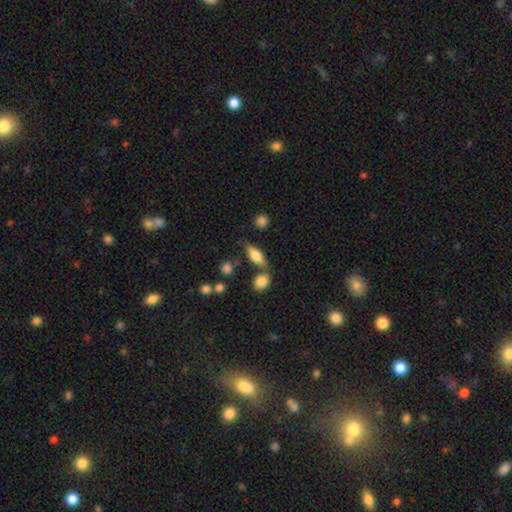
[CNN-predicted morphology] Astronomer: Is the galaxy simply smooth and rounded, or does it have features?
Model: smooth — 68%.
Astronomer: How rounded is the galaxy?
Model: in between — 71%.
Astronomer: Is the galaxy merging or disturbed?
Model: none — 65%.